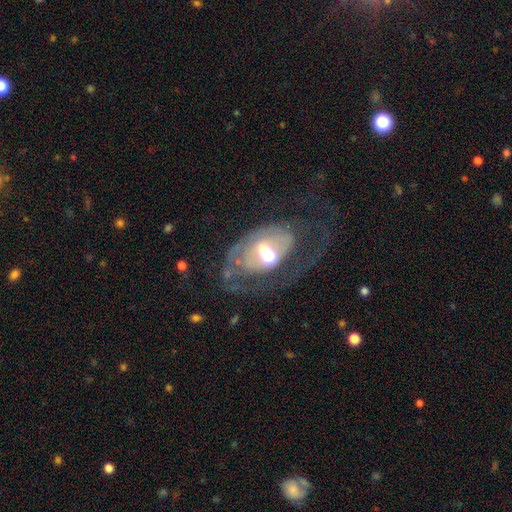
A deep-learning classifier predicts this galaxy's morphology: A featured or disk galaxy (72%) with no bar (42%), spiral arms (63%) and a moderate central bulge (62%). Merging: major disturbance (45%).